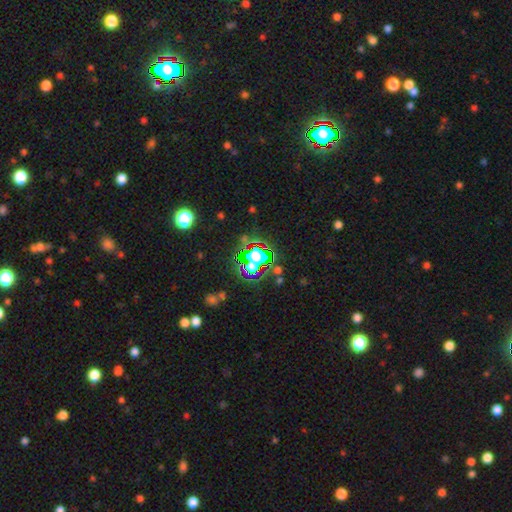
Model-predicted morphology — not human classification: This appears to be a star or artifact, not a galaxy (59%).